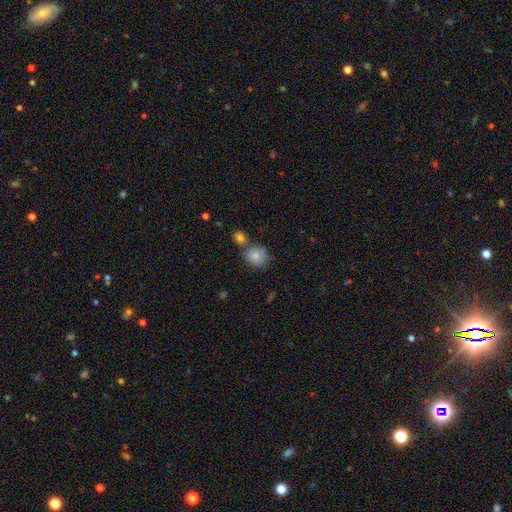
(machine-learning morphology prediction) Smooth or featured?
  - smooth: 82% *
  - featured or disk: 9%
  - star or artifact: 9%
How rounded?
  - round: 81% *
  - in between: 18%
  - cigar-shaped: 1%
Merging?
  - none: 55% *
  - merger: 26%
  - minor disturbance: 14%
  - major disturbance: 4%